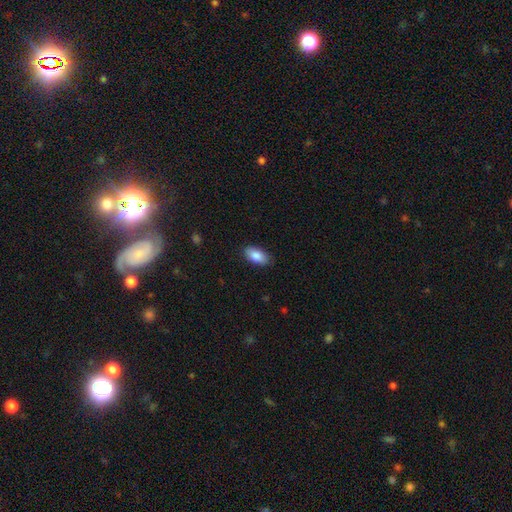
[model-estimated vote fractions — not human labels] The model was most divided on "merging": none: 86%, minor disturbance: 11%, major disturbance: 2%, merger: 1%. More confident: how rounded — in between (92%); smooth or featured — smooth (85%).